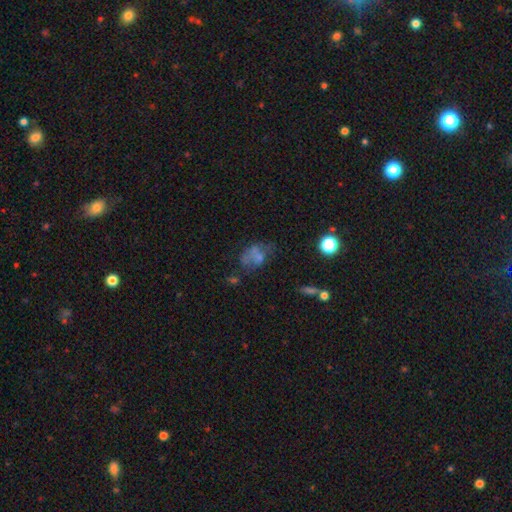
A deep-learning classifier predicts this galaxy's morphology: smooth 50%, featured or disk 33%, star or artifact 17%. Down the decision tree: merging — none (33%).